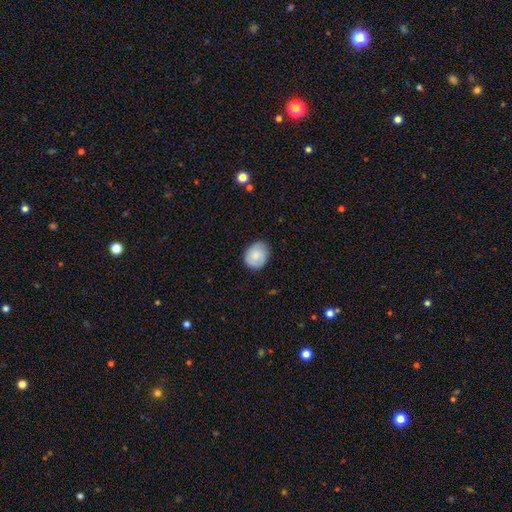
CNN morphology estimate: This is clearly a smooth galaxy (85%). How rounded: possibly in between (51%). Merging: clearly none (82%).